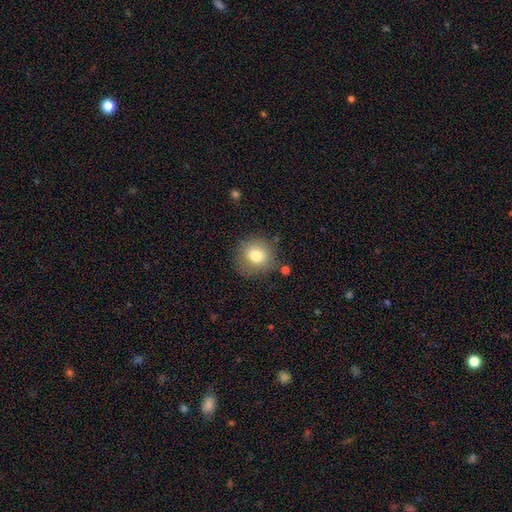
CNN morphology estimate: Q: Smooth or featured?
A: smooth (79%); runner-up: featured or disk (11%)
Q: How rounded?
A: round (86%); runner-up: in between (13%)
Q: Merging?
A: none (80%); runner-up: minor disturbance (13%)